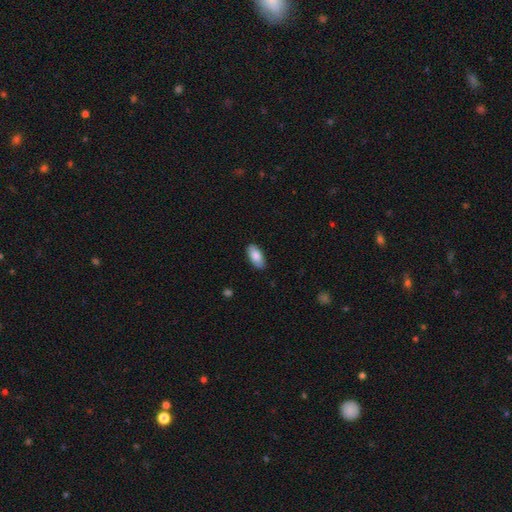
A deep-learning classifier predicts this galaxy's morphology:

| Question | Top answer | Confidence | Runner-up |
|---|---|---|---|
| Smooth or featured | smooth | 83% | featured or disk (11%) |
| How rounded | in between | 92% | cigar-shaped (6%) |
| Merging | none | 85% | minor disturbance (12%) |